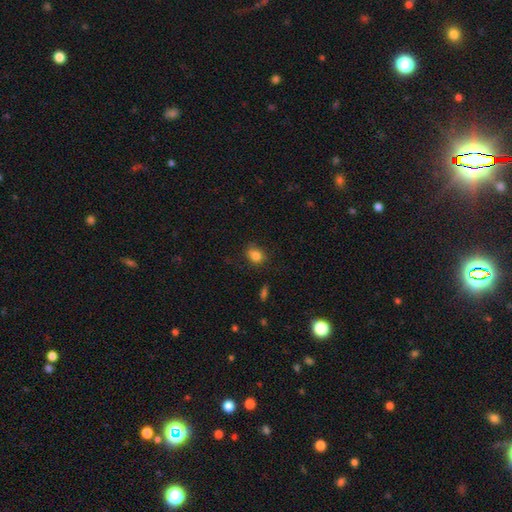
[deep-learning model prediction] Overall: smooth (82%). How rounded: in between (49%, tied with round). Merging: none (69%).